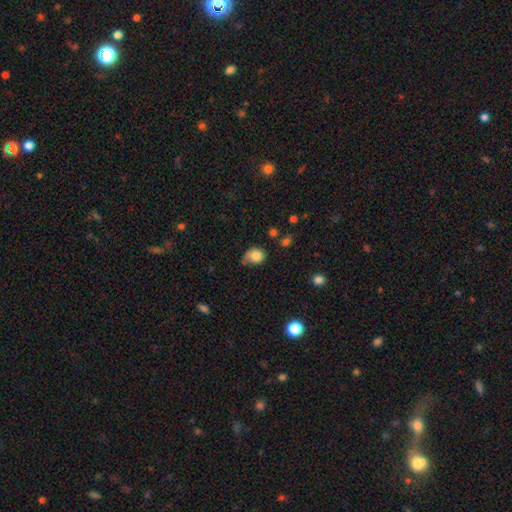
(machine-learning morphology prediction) The model was most divided on "merging": none: 42%, minor disturbance: 39%, major disturbance: 15%, merger: 5%. More confident: smooth or featured — smooth (81%); how rounded — round (57%).